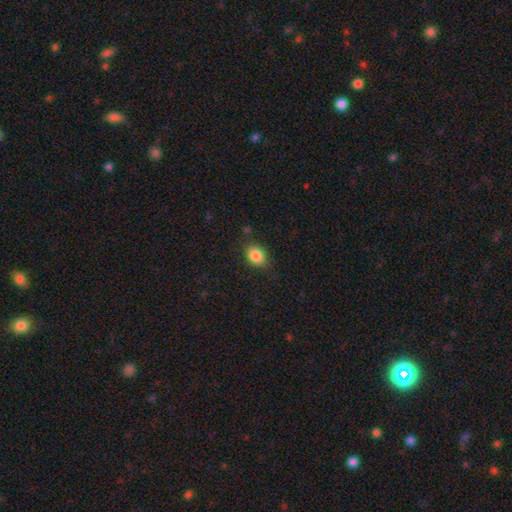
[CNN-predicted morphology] This appears to be a smooth galaxy with no disk features (86%) that is in between round and cigar-shaped (64%). Merging: none (79%).